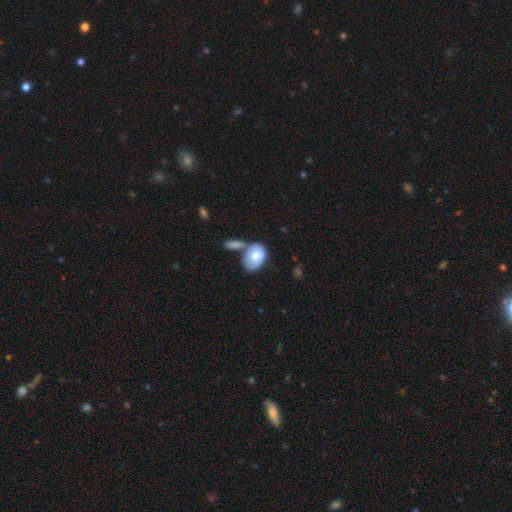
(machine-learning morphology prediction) smooth_or_featured: smooth (p=0.69) [alt: featured or disk p=0.25]
how_rounded: in between (p=0.79) [alt: round p=0.20]
merging: none (p=0.37) [alt: merger p=0.36]